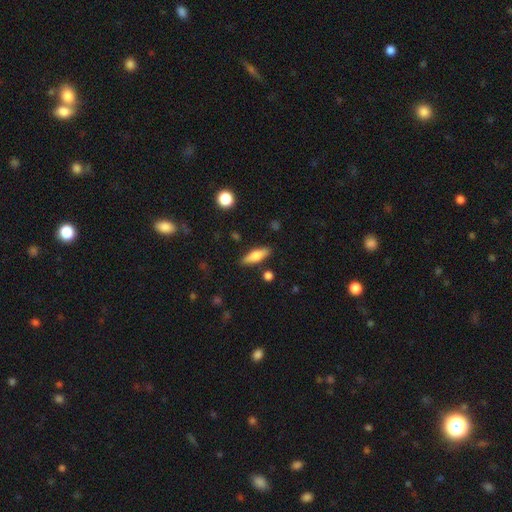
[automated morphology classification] Smooth or featured?
  - smooth: 64% *
  - featured or disk: 29%
  - star or artifact: 7%
How rounded?
  - in between: 51% *
  - cigar-shaped: 46%
  - round: 3%
Merging?
  - none: 85% *
  - minor disturbance: 10%
  - merger: 3%
  - major disturbance: 2%